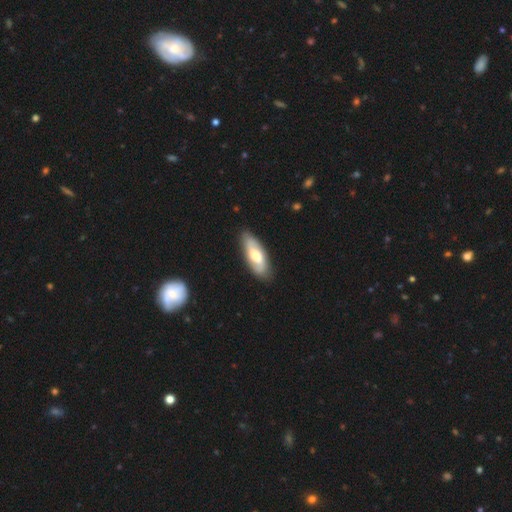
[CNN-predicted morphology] Smooth or featured: featured or disk — 55% (smooth — 40%)
Edge-on disk: no — 81% (yes — 19%)
Merging: none — 84% (minor disturbance — 12%)